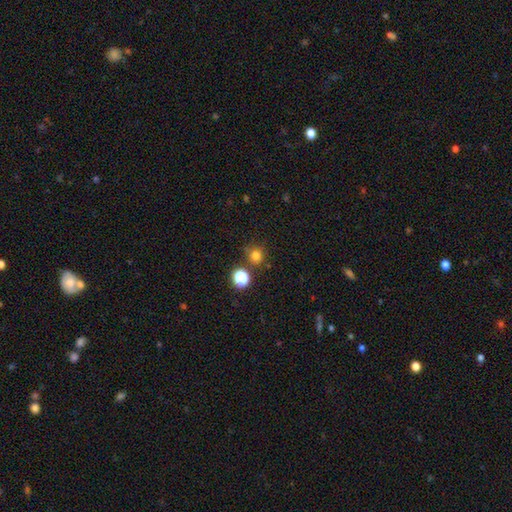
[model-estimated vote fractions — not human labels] Smooth or featured? Predicted: smooth (p=0.77). How rounded? Predicted: round (p=0.91). Merging? Predicted: none (p=0.78).